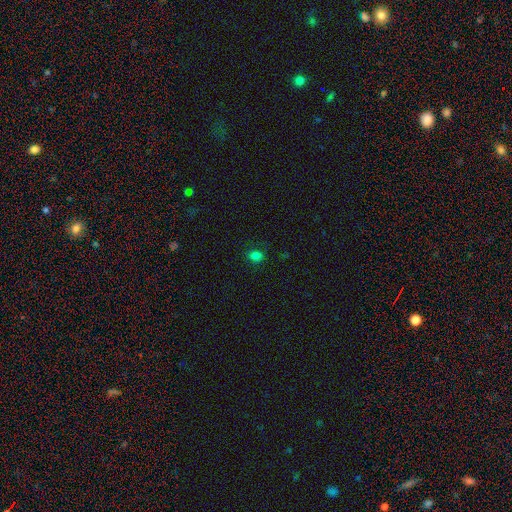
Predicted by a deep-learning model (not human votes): A smooth galaxy with no disk features (78%) that is in between round and cigar-shaped (52%).

Vote fractions:
- Smooth or featured? smooth: 78% / star or artifact: 17% / featured or disk: 5%
- How rounded? in between: 52% / round: 46% / cigar-shaped: 1%
- Merging? none: 81% / minor disturbance: 14% / major disturbance: 4% / merger: 1%